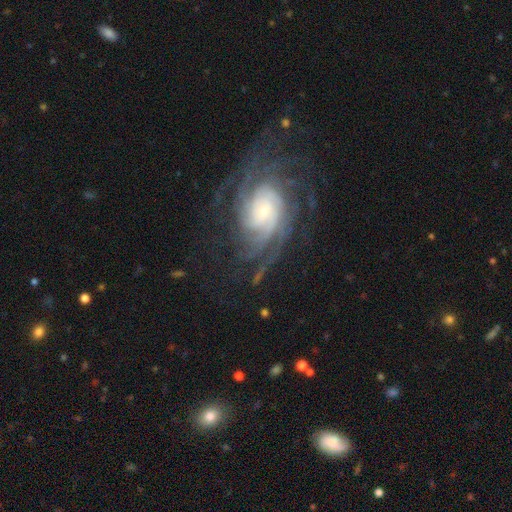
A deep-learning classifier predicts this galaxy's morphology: Smooth or featured? featured or disk (85%)
Edge-on disk? no (96%)
Bar? no (66%)
Spiral arms? yes (97%)
Spiral winding? tight (57%)
Spiral arm count? can't tell (27%)
Bulge size? small (36%)
Merging? none (72%)